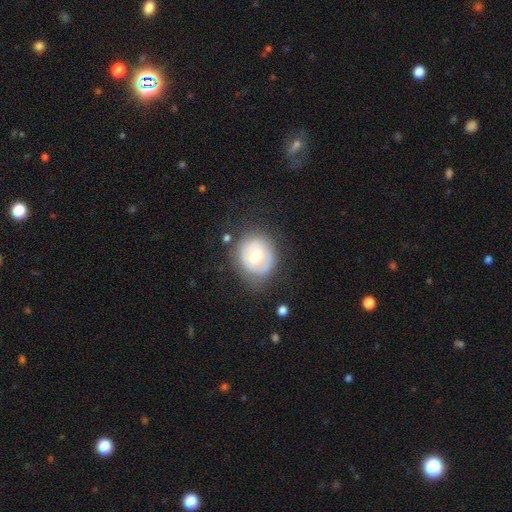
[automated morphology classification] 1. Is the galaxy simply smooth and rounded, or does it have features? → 49% smooth, 43% featured or disk, 7% star or artifact.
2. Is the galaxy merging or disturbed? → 71% none, 18% minor disturbance, 9% major disturbance, 2% merger.